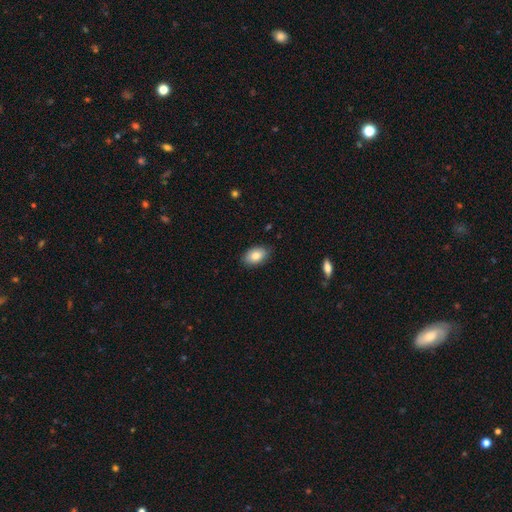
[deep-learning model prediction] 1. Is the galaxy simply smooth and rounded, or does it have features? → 85% smooth, 8% featured or disk, 7% star or artifact.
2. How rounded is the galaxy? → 91% in between, 8% round, 1% cigar-shaped.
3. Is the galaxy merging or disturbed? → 85% none, 12% minor disturbance, 2% major disturbance, 1% merger.